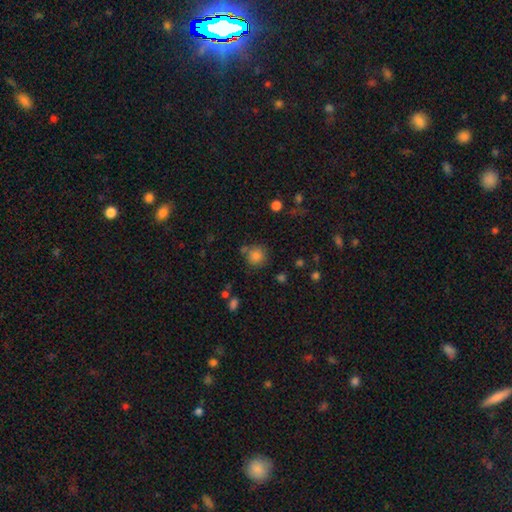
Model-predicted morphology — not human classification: A smooth galaxy with no disk features (83%) that is round (90%). Merging: none (73%).